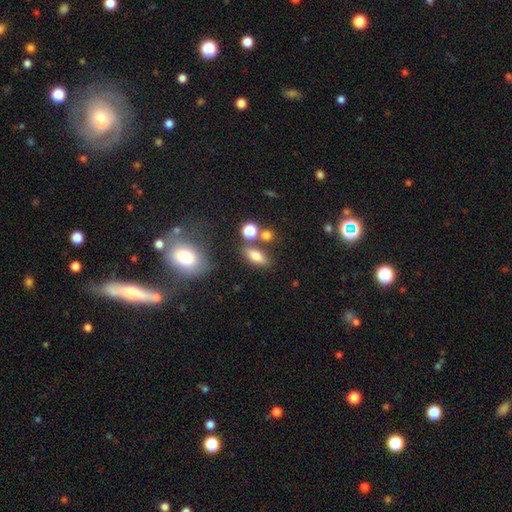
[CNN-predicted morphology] Smooth or featured? smooth (74%)
How rounded? in between (70%)
Merging? none (71%)